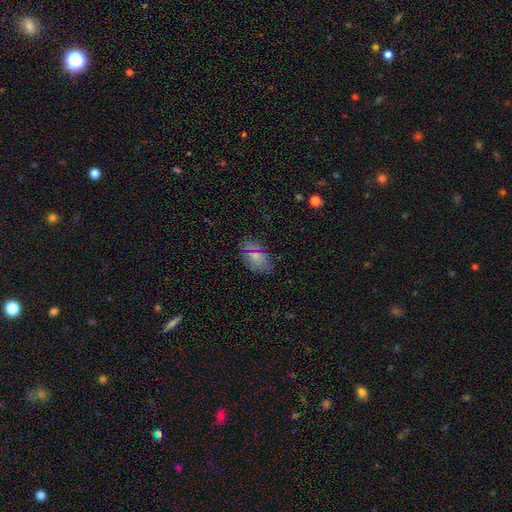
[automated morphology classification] smooth 71%, star or artifact 17%, featured or disk 12%. Down the decision tree: how rounded — in between (91%); merging — none (80%).